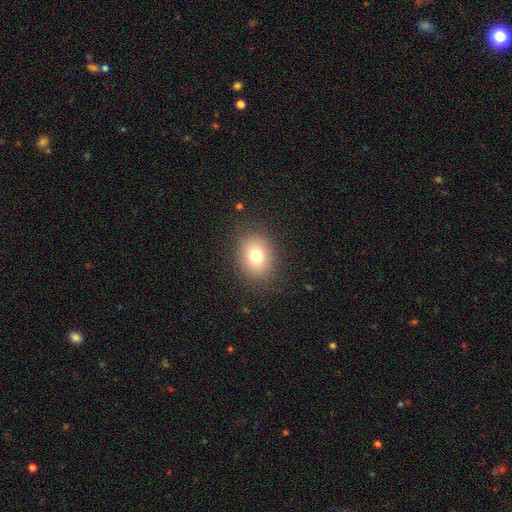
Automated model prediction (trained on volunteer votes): smooth-or-featured: smooth: 76% | star or artifact: 12% | featured or disk: 12%
  how-rounded: round: 53% | in between: 46% | cigar-shaped: 1%
  merging: none: 84% | minor disturbance: 10% | major disturbance: 5% | merger: 1%